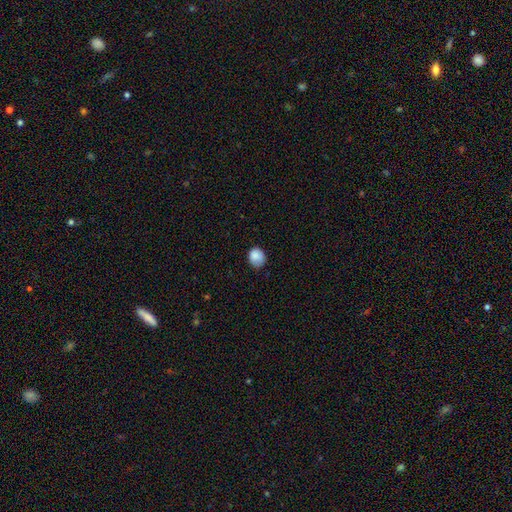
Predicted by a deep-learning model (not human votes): A smooth galaxy with no disk features (87%) that is round (71%).

Vote fractions:
- Smooth or featured? smooth: 87% / star or artifact: 9% / featured or disk: 4%
- How rounded? round: 71% / in between: 28% / cigar-shaped: 1%
- Merging? none: 68% / minor disturbance: 26% / major disturbance: 4% / merger: 1%